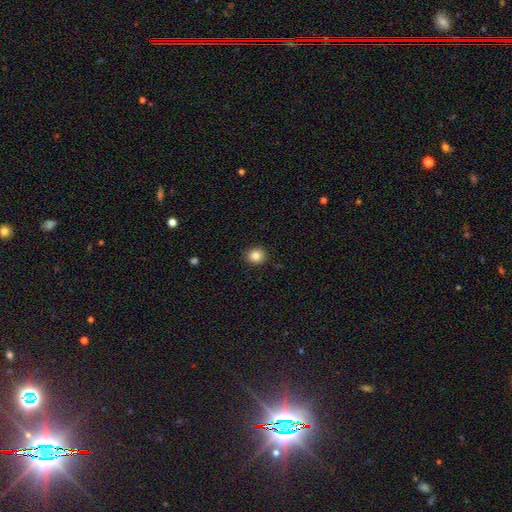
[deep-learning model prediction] A smooth galaxy with no disk features (85%) that is round (74%). Merging: none (90%).